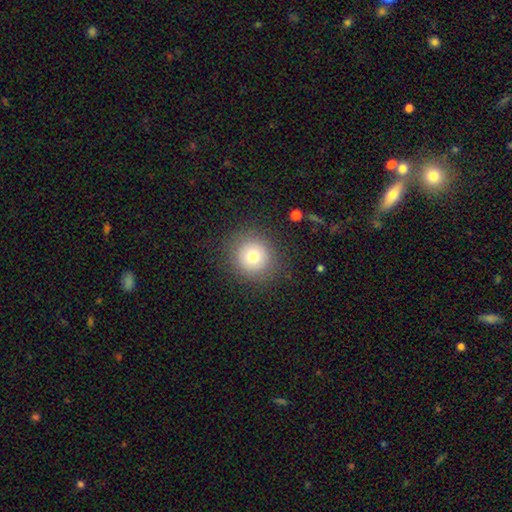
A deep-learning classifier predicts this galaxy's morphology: smooth-or-featured: smooth: 74% | featured or disk: 13% | star or artifact: 12%
  how-rounded: round: 91% | in between: 8% | cigar-shaped: 1%
  merging: none: 87% | minor disturbance: 8% | major disturbance: 4% | merger: 1%